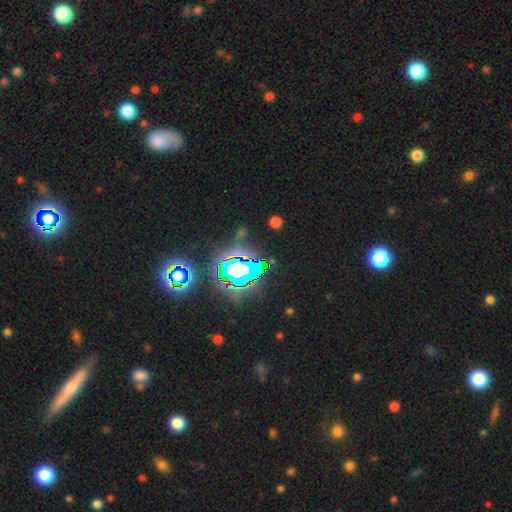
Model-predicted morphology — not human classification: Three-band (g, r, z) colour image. It shows a star or artifact, not a galaxy (78%).